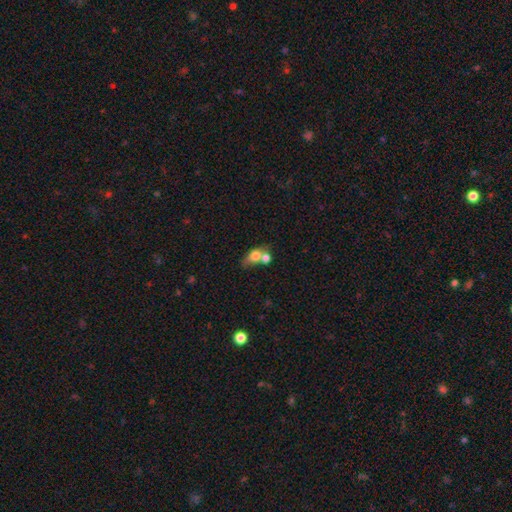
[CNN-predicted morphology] smooth-or-featured: smooth: 71% | featured or disk: 20% | star or artifact: 9%
  how-rounded: in between: 66% | round: 30% | cigar-shaped: 4%
  merging: merger: 54% | none: 28% | minor disturbance: 11% | major disturbance: 7%